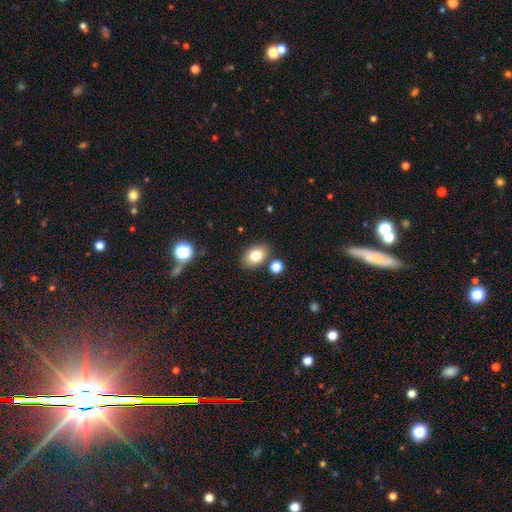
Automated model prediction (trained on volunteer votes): Smooth or featured: smooth — 80% (featured or disk — 10%)
How rounded: in between — 85% (round — 14%)
Merging: none — 82% (minor disturbance — 10%)